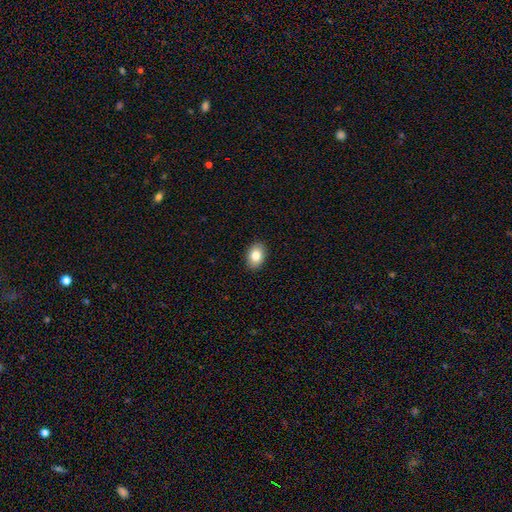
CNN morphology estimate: type=smooth (83%); roundness=in between (78%); merging=none (90%).